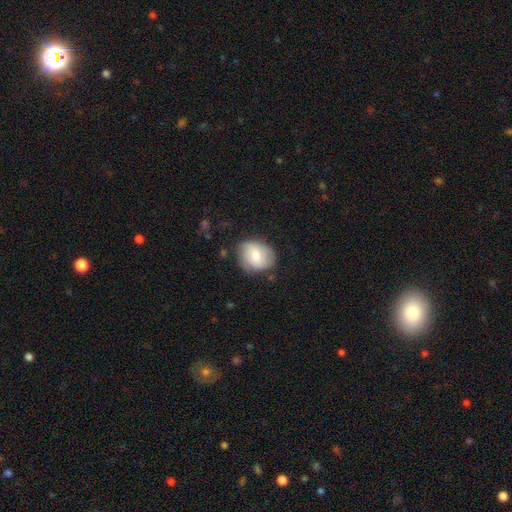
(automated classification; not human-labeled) smooth-or-featured: smooth: 62% | featured or disk: 31% | star or artifact: 7%
  how-rounded: round: 65% | in between: 34% | cigar-shaped: 1%
  merging: none: 73% | minor disturbance: 20% | major disturbance: 5% | merger: 2%